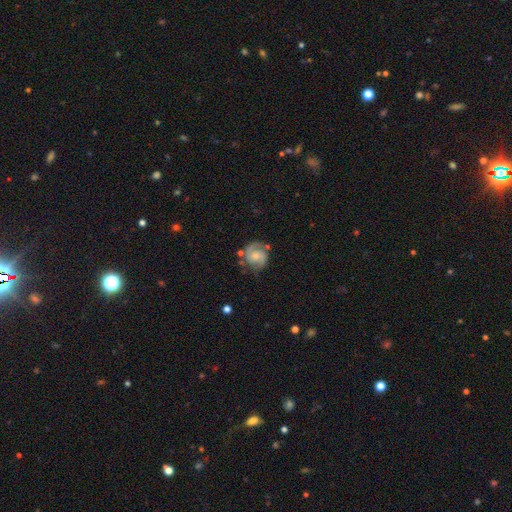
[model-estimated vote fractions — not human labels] Smooth or featured: featured or disk — 81% (smooth — 13%)
Edge-on disk: no — 98% (yes — 2%)
Bar: no — 68% (weak — 28%)
Spiral arms: yes — 96% (no — 4%)
Spiral winding: medium — 44% (tight — 43%)
Spiral arm count: 2 — 79% (1 — 7%)
Bulge size: small — 57% (moderate — 36%)
Merging: none — 67% (minor disturbance — 20%)